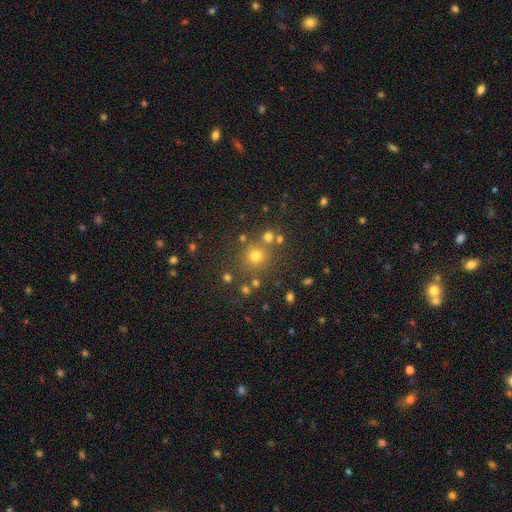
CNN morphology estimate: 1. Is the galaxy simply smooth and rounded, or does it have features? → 68% smooth, 23% star or artifact, 9% featured or disk.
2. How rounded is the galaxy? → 92% round, 7% in between, 1% cigar-shaped.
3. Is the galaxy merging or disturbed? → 77% none, 10% merger, 9% minor disturbance, 4% major disturbance.